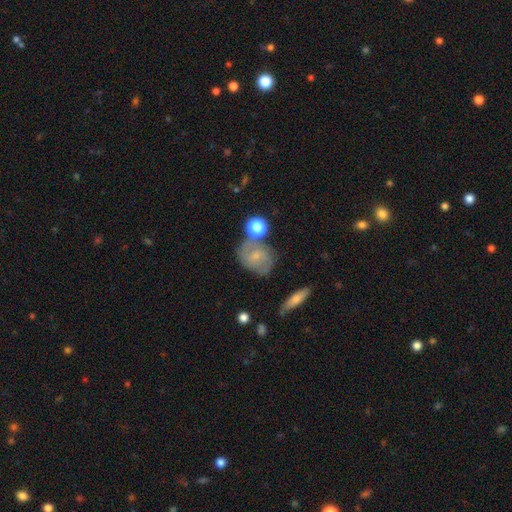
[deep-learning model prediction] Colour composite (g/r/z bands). It shows a featured or disk galaxy (47%). Merging: none (56%).